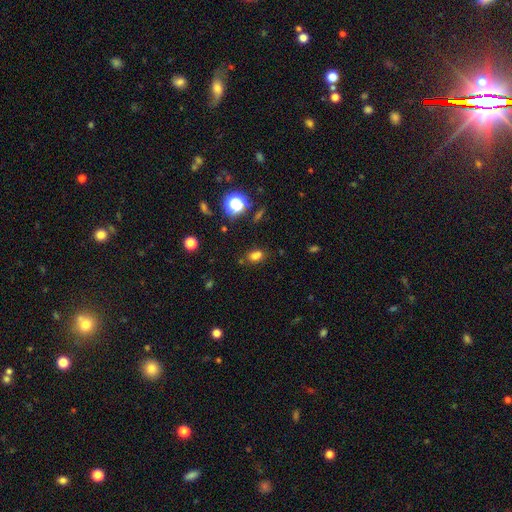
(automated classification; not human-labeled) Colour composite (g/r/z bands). It shows a smooth galaxy with no disk features (68%) that is in between round and cigar-shaped (62%). Merging: none (64%).